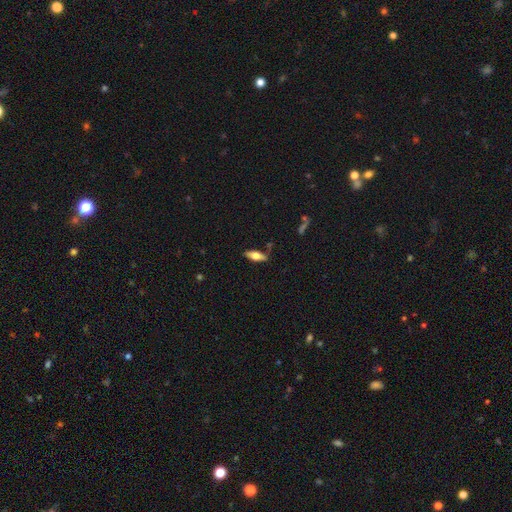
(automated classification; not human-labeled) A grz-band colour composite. It shows a smooth galaxy with no disk features (53%) that is in between round and cigar-shaped (64%). Merging: none (81%).